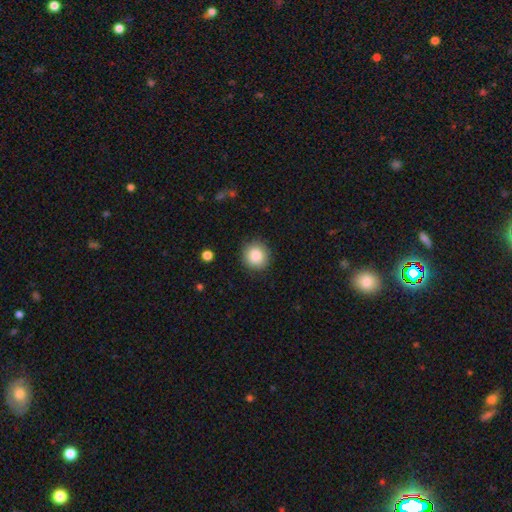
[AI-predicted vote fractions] Smooth or featured: smooth — 86% (star or artifact — 8%)
How rounded: round — 92% (in between — 7%)
Merging: none — 89% (minor disturbance — 7%)